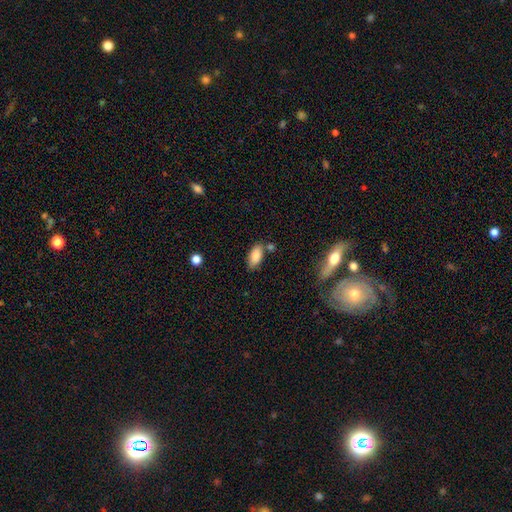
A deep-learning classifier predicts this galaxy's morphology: smooth_or_featured: smooth (p=0.86) [alt: star or artifact p=0.07]
how_rounded: in between (p=0.90) [alt: cigar-shaped p=0.07]
merging: none (p=0.71) [alt: minor disturbance p=0.15]